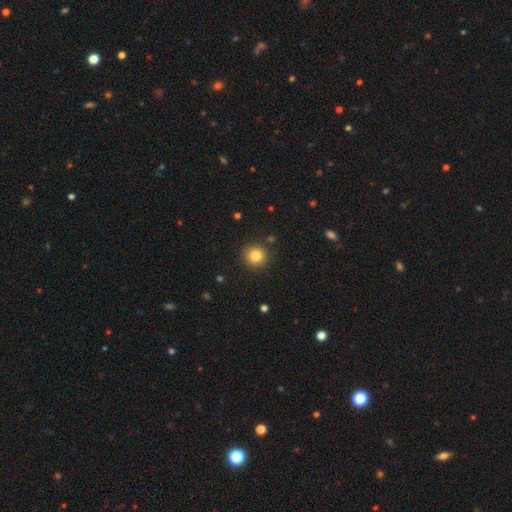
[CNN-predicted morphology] smooth 83%, star or artifact 11%, featured or disk 6%. Down the decision tree: how rounded — round (94%); merging — none (90%).